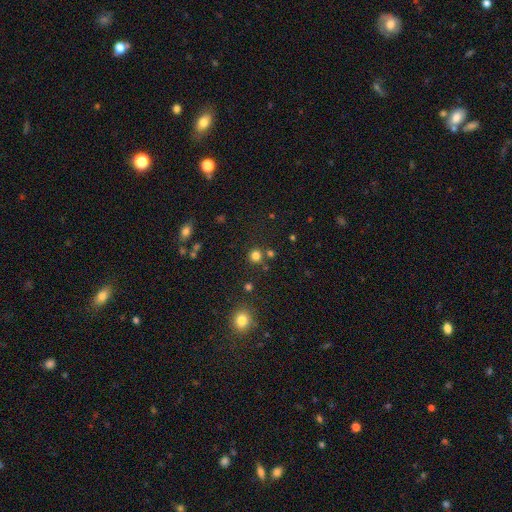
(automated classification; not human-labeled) This is likely a smooth galaxy (78%). How rounded: clearly round (92%). Merging: clearly none (80%).